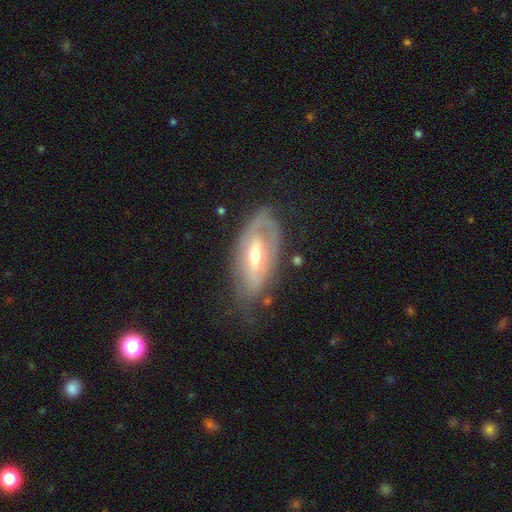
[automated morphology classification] featured or disk 72%, smooth 21%, star or artifact 7%. Down the decision tree: edge-on disk — no (88%); bar — no (42%); spiral arms — yes (69%); bulge size — moderate (59%); merging — none (61%).